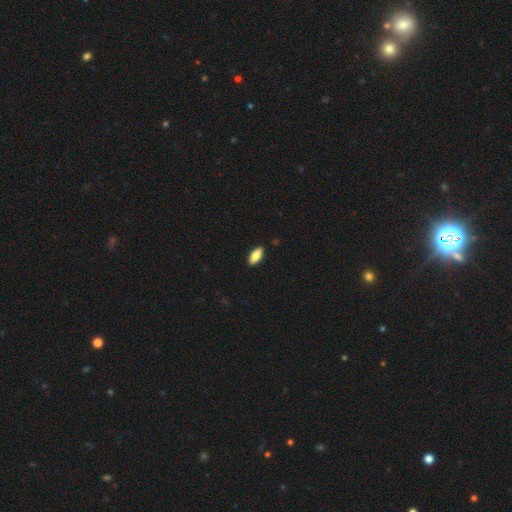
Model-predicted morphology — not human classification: Smooth or featured? smooth (84%)
How rounded? in between (83%)
Merging? none (89%)